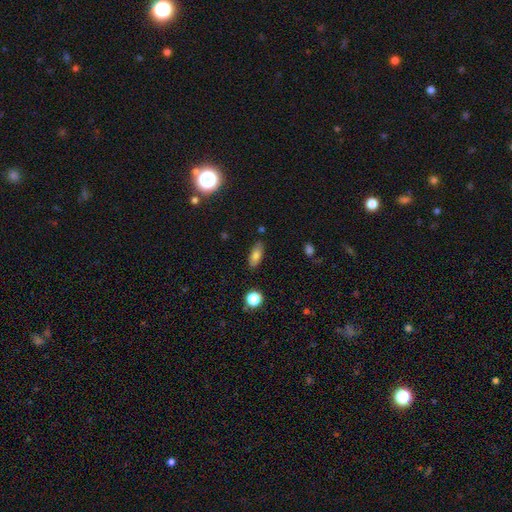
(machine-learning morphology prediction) Q: Smooth or featured?
A: smooth (76%); runner-up: featured or disk (13%)
Q: How rounded?
A: in between (80%); runner-up: cigar-shaped (16%)
Q: Merging?
A: none (83%); runner-up: minor disturbance (12%)